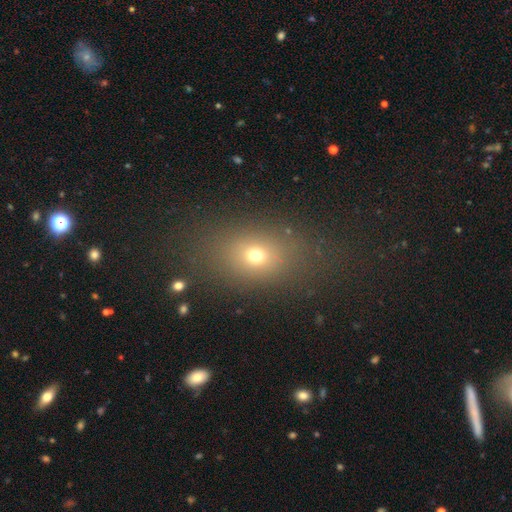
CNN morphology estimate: smooth-or-featured: smooth: 68% | star or artifact: 19% | featured or disk: 13%
  how-rounded: in between: 62% | round: 35% | cigar-shaped: 2%
  merging: none: 77% | minor disturbance: 12% | major disturbance: 7% | merger: 3%